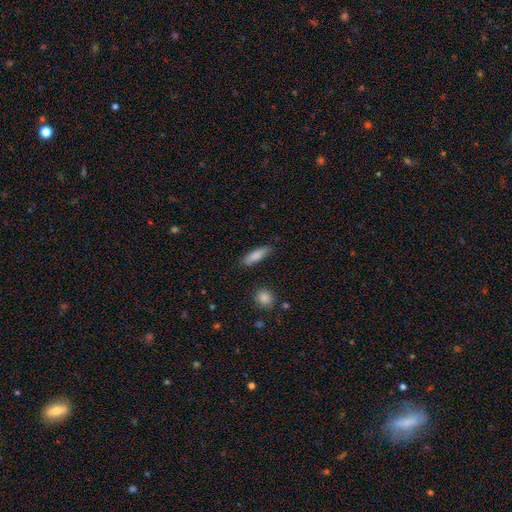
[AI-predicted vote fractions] Q: Smooth or featured?
A: smooth (83%); runner-up: featured or disk (10%)
Q: How rounded?
A: cigar-shaped (53%); runner-up: in between (45%)
Q: Merging?
A: none (84%); runner-up: minor disturbance (12%)